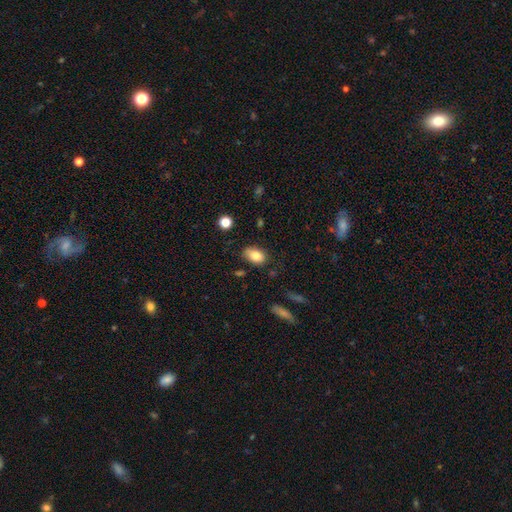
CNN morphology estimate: Overall: smooth (82%). How rounded: in between (87%). Merging: none (76%).